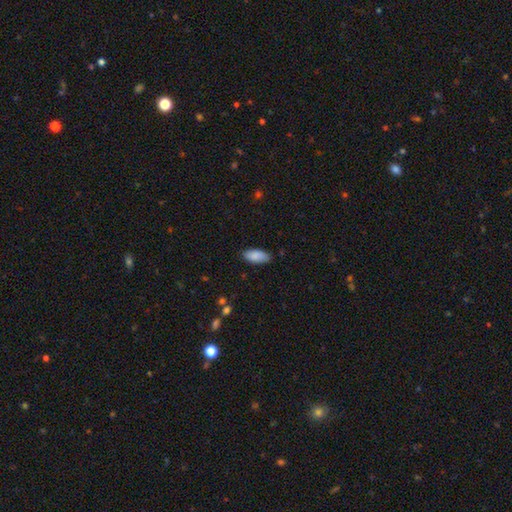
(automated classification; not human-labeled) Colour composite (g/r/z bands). It shows a smooth galaxy with no disk features (89%) that is in between round and cigar-shaped (89%). Merging: none (85%).